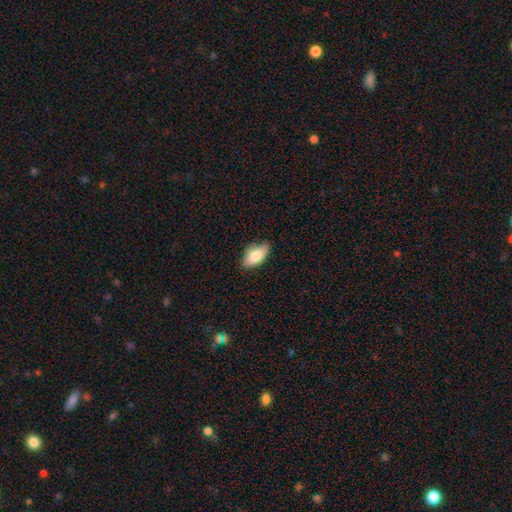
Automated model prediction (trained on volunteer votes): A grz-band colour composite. It shows a smooth galaxy with no disk features (81%) that is in between round and cigar-shaped (90%). Merging: none (76%).